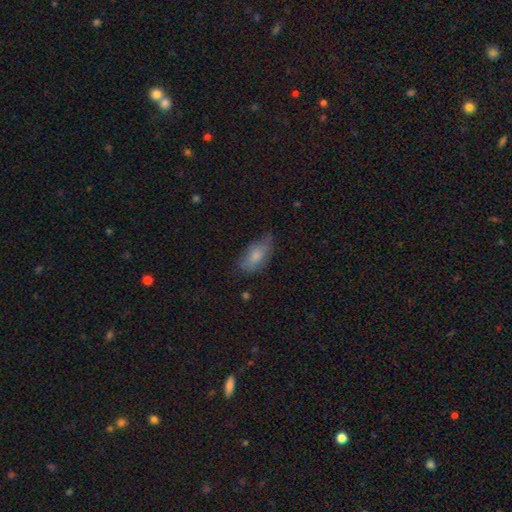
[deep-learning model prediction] Morphology: type=smooth (77%); roundness=in between (87%); merging=none (59%).